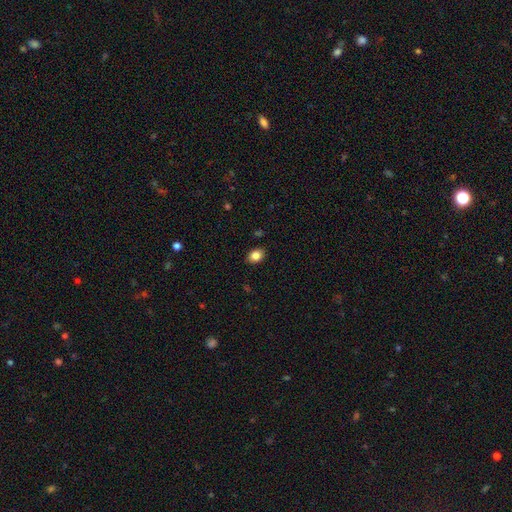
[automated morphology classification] The model was most divided on "how rounded": in between: 63%, round: 36%, cigar-shaped: 1%. More confident: merging — none (88%); smooth or featured — smooth (84%).